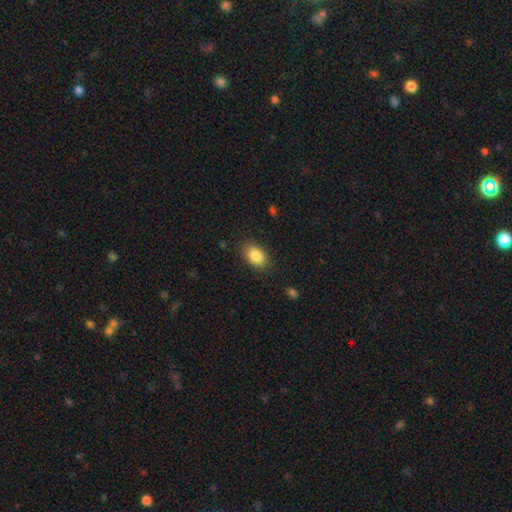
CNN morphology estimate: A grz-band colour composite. It shows a smooth galaxy with no disk features (87%) that is in between round and cigar-shaped (86%). Merging: none (85%).